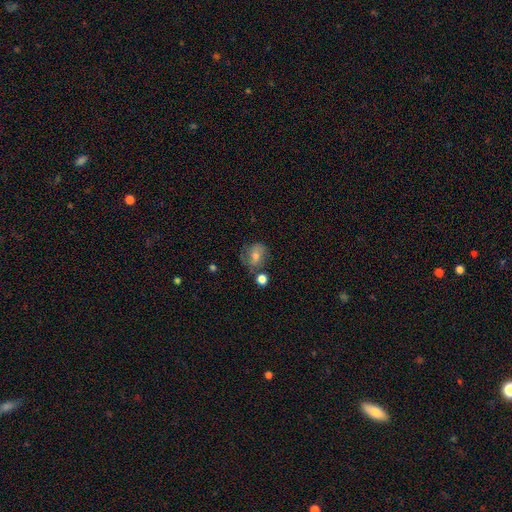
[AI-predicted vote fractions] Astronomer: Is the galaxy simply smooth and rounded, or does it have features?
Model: smooth — 47% (runner-up: featured or disk, 39%).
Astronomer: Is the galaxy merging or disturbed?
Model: none — 58%.